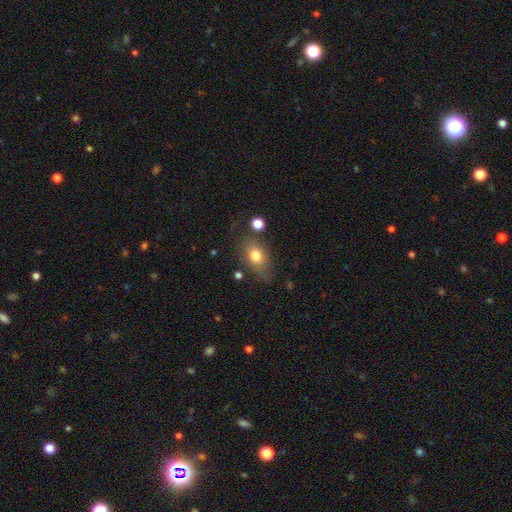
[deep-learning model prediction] This is likely a smooth galaxy (76%). How rounded: likely in between (75%). Merging: likely none (68%).